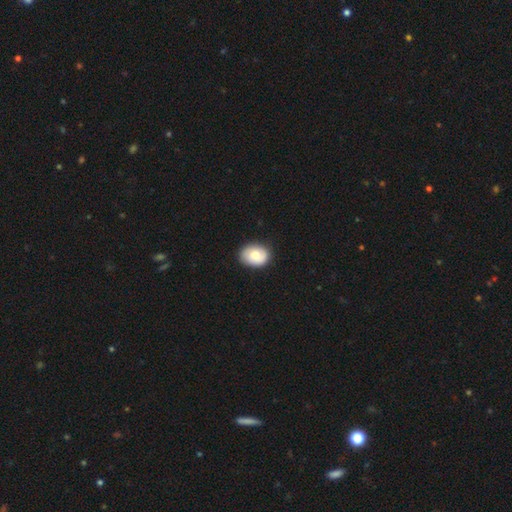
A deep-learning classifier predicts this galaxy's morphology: The model was most divided on "how rounded": in between: 62%, round: 37%, cigar-shaped: 1%. More confident: merging — none (86%); smooth or featured — smooth (76%).